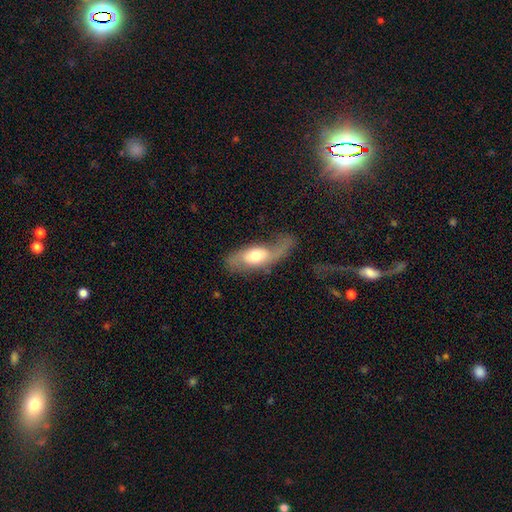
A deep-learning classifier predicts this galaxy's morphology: Smooth or featured? Predicted: featured or disk (p=0.53). Edge-on disk? Predicted: no (p=0.81). Merging? Predicted: none (p=0.37).